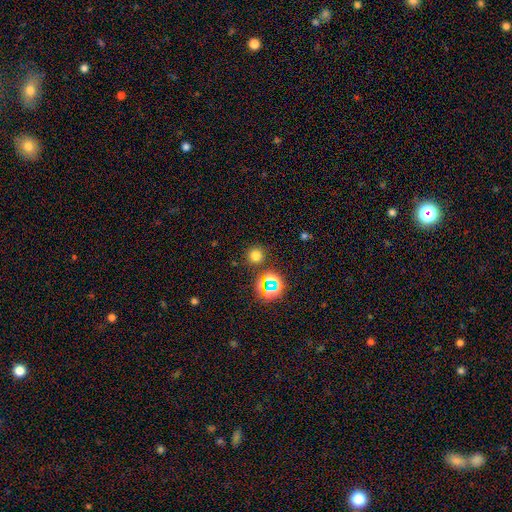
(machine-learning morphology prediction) smooth-or-featured: smooth: 67% | star or artifact: 26% | featured or disk: 6%
  how-rounded: round: 92% | in between: 7% | cigar-shaped: 1%
  merging: none: 85% | minor disturbance: 7% | merger: 5% | major disturbance: 3%